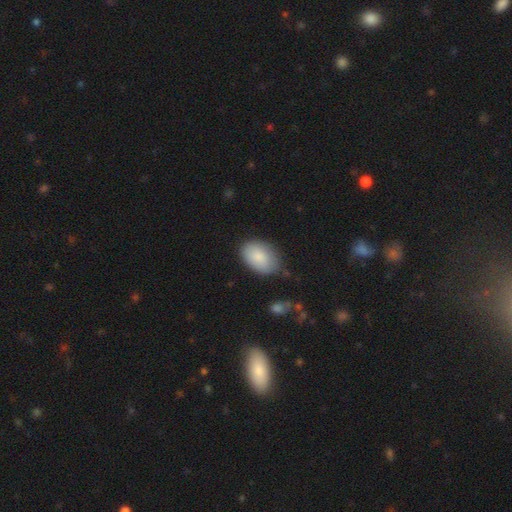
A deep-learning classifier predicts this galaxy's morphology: A smooth galaxy with no disk features (86%) that is in between round and cigar-shaped (89%). Merging: none (71%).